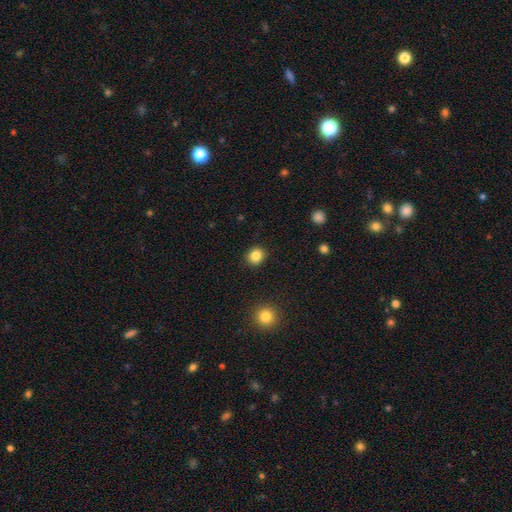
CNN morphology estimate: A smooth galaxy with no disk features (85%) that is round (79%). Merging: none (90%).